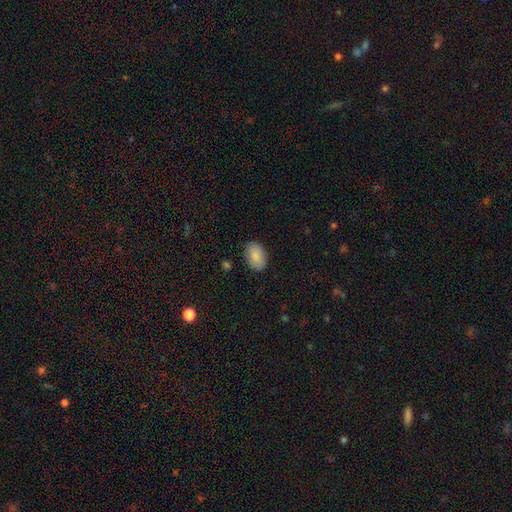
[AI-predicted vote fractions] This appears to be a smooth galaxy with no disk features (87%) that is in between round and cigar-shaped (90%). Merging: none (87%).